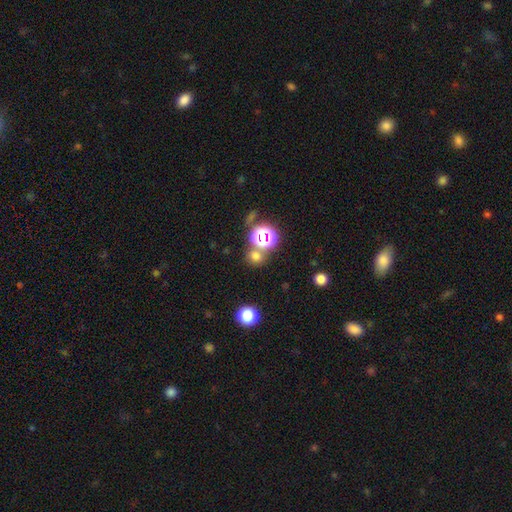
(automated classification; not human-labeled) Overall: smooth (61%; star or artifact 32%). How rounded: round (78%). Merging: none (69%).